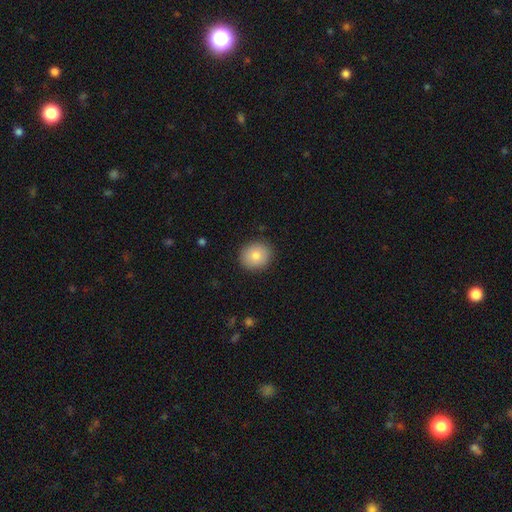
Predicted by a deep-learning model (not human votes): This appears to be a smooth galaxy with no disk features (82%) that is round (78%). Merging: none (90%).